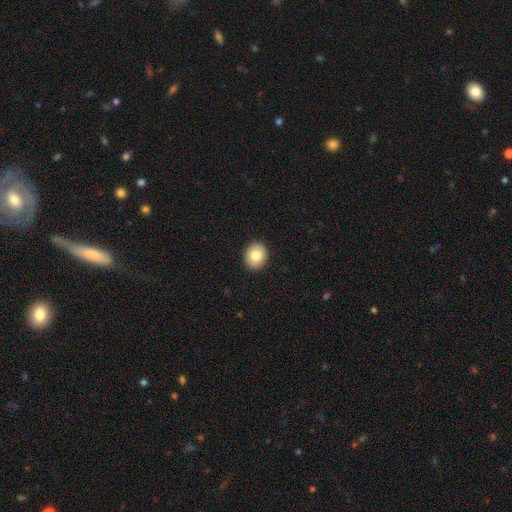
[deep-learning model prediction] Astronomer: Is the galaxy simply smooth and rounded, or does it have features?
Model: smooth — 80%.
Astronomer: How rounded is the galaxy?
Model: round — 61% (runner-up: in between, 38%).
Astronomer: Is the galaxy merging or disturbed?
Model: none — 91%.